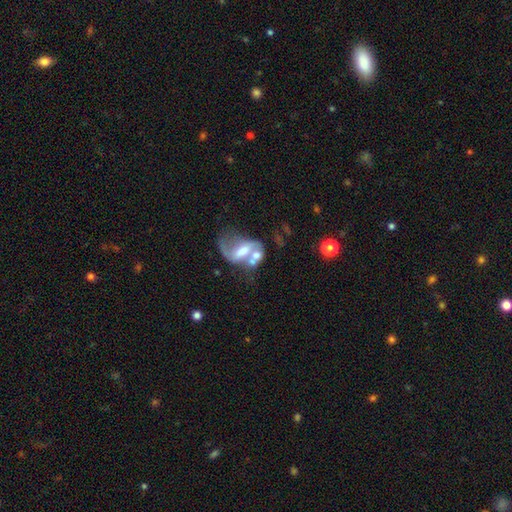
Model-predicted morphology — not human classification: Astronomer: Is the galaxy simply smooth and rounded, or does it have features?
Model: featured or disk — 62%.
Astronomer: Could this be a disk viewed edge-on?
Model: no — 95%.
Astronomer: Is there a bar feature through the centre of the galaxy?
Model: weak — 38% (runner-up: no, 35%).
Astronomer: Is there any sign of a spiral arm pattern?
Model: yes — 60% (runner-up: no, 40%).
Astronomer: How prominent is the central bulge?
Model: moderate — 51%.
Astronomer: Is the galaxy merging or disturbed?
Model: merger — 49%.